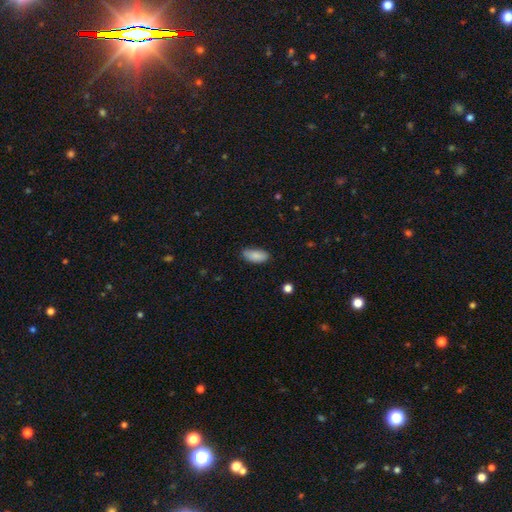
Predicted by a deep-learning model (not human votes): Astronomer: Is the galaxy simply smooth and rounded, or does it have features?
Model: smooth — 87%.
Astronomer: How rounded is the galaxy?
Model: in between — 90%.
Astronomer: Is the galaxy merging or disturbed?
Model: none — 78%.